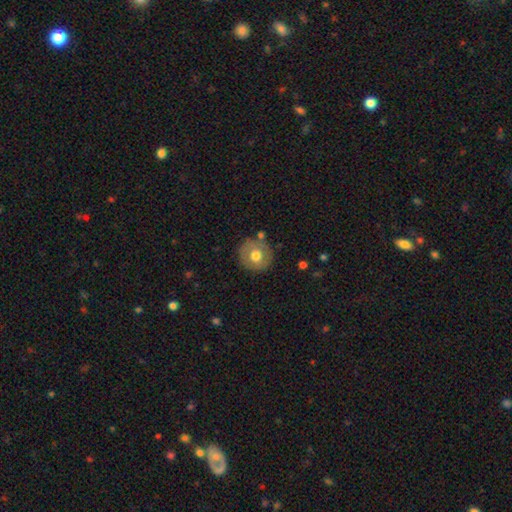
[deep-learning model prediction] A smooth galaxy with no disk features (66%) that is round (92%).

Vote fractions:
- Smooth or featured? smooth: 66% / featured or disk: 27% / star or artifact: 8%
- How rounded? round: 92% / in between: 7% / cigar-shaped: 1%
- Merging? none: 83% / minor disturbance: 11% / merger: 3% / major disturbance: 3%